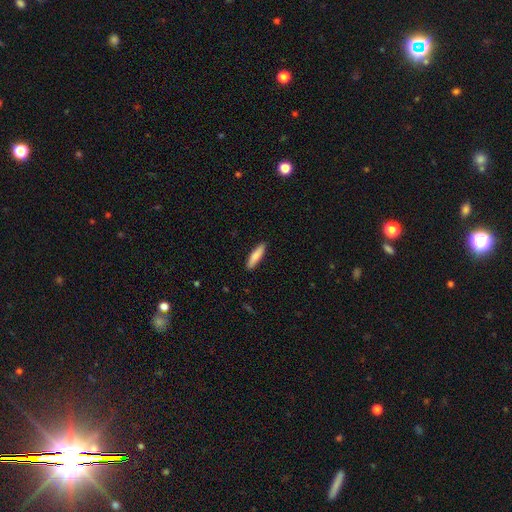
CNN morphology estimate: Q: Smooth or featured?
A: smooth (81%); runner-up: featured or disk (13%)
Q: How rounded?
A: cigar-shaped (74%); runner-up: in between (25%)
Q: Merging?
A: none (90%); runner-up: minor disturbance (8%)